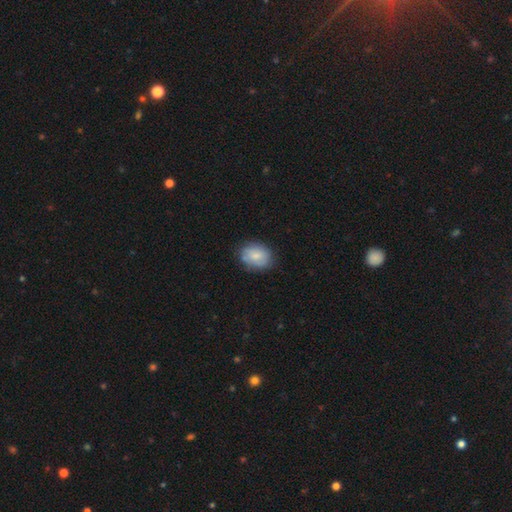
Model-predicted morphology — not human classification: Smooth or featured? smooth (80%)
How rounded? in between (65%)
Merging? none (79%)